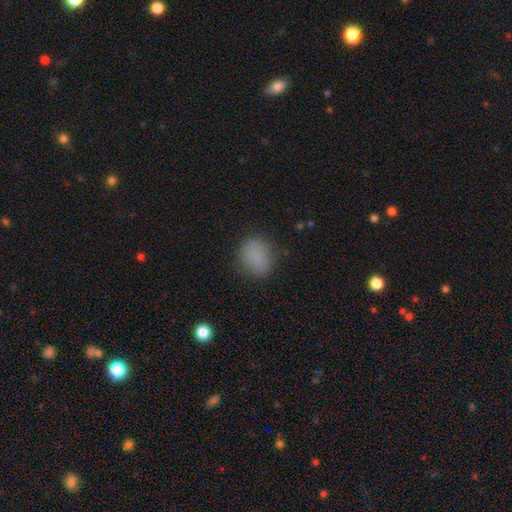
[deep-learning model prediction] Smooth or featured? smooth (82%)
How rounded? round (53%)
Merging? none (80%)